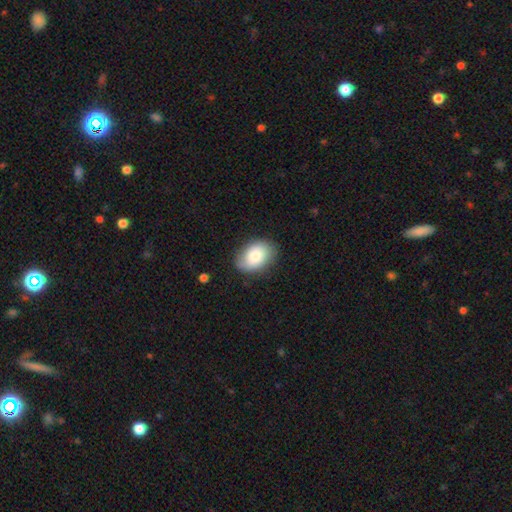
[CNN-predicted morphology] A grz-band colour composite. It shows a smooth galaxy with no disk features (79%) that is in between round and cigar-shaped (83%). Merging: none (79%).